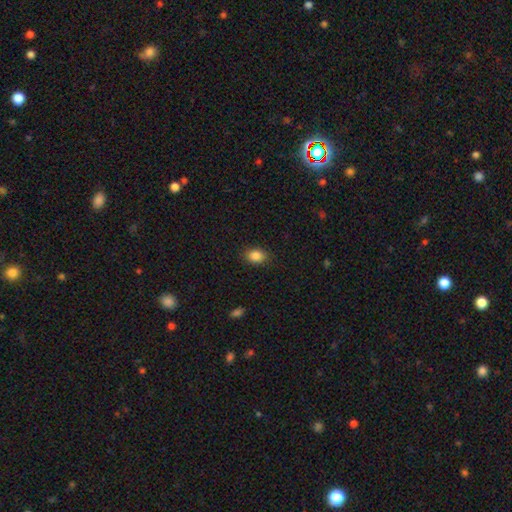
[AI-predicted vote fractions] Overall: smooth (86%). How rounded: in between (72%). Merging: none (87%).